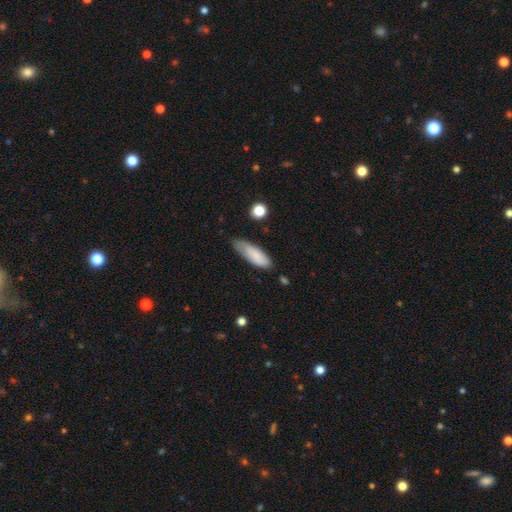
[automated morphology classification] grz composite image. It shows a smooth galaxy with no disk features (83%) that is in between round and cigar-shaped (56%). Merging: none (59%).